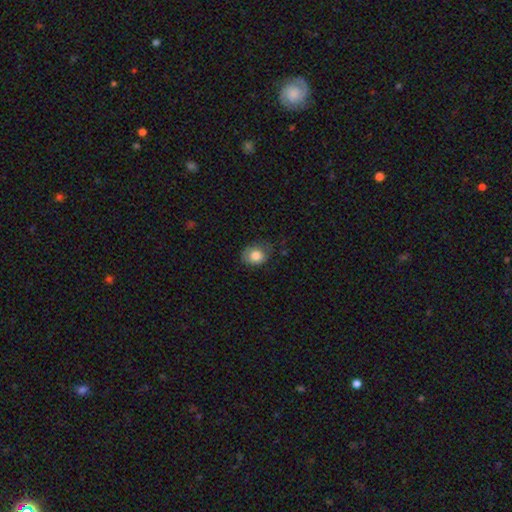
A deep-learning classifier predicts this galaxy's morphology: A smooth galaxy with no disk features (81%) that is round (50%). Merging: none (63%).